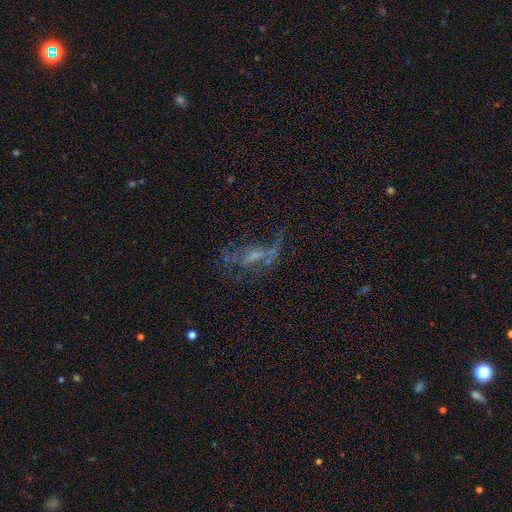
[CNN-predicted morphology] A featured or disk galaxy (60%) with no bar (55%), no spiral arms (52%) and a small central bulge (43%).

Vote fractions:
- Smooth or featured? featured or disk: 60% / star or artifact: 21% / smooth: 19%
- Edge-on disk? no: 89% / yes: 11%
- Bar? no: 55% / weak: 33% / strong: 13%
- Spiral arms? no: 52% / yes: 48%
- Bulge size? small: 43% / none: 31% / moderate: 21% / large: 3% / dominant: 1%
- Merging? major disturbance: 42% / none: 35% / minor disturbance: 16% / merger: 7%